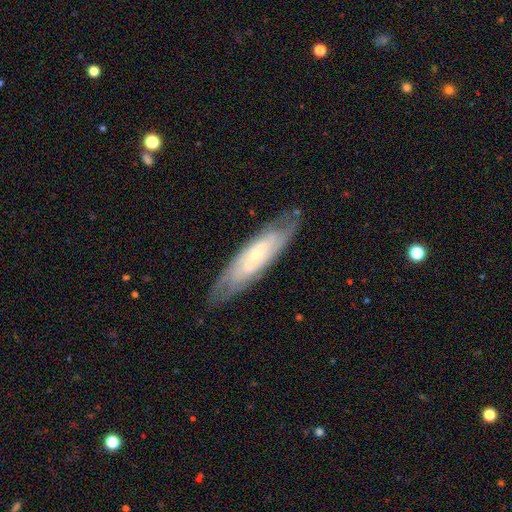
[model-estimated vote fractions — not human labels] The model was most divided on "bar": no: 54%, weak: 33%, strong: 12%. More confident: spiral arms — yes (87%); merging — none (78%); edge-on disk — no (74%); smooth or featured — featured or disk (74%); bulge size — small (73%).